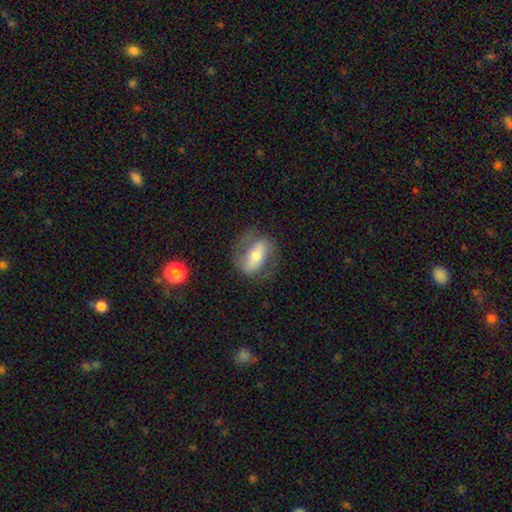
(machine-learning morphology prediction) Q: Smooth or featured?
A: featured or disk (59%); runner-up: smooth (34%)
Q: Edge-on disk?
A: no (87%); runner-up: yes (13%)
Q: Bar?
A: strong (54%); runner-up: weak (23%)
Q: Spiral arms?
A: yes (59%); runner-up: no (41%)
Q: Bulge size?
A: moderate (55%); runner-up: small (32%)
Q: Merging?
A: none (71%); runner-up: minor disturbance (16%)